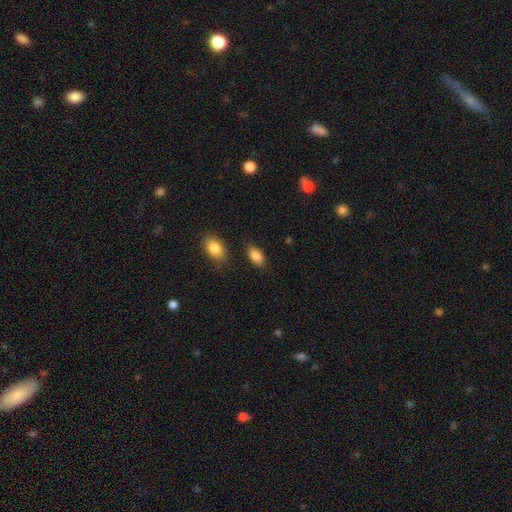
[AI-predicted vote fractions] Smooth or featured?
  - smooth: 87% *
  - star or artifact: 8%
  - featured or disk: 5%
How rounded?
  - in between: 91% *
  - round: 6%
  - cigar-shaped: 3%
Merging?
  - none: 81% *
  - minor disturbance: 12%
  - merger: 3%
  - major disturbance: 3%